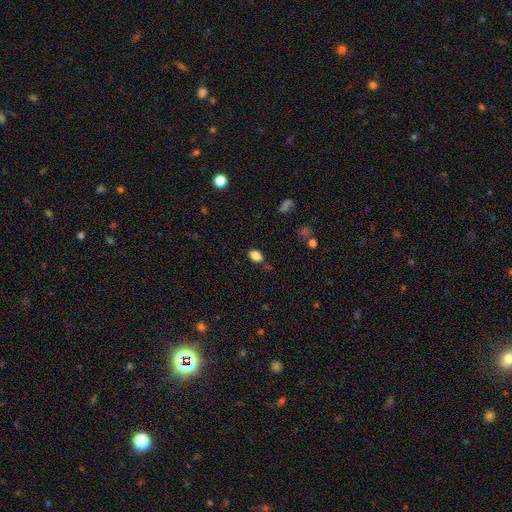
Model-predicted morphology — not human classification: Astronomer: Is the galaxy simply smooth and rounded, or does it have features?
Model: smooth — 83%.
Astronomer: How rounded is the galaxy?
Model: in between — 85%.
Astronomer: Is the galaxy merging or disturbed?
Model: none — 78%.